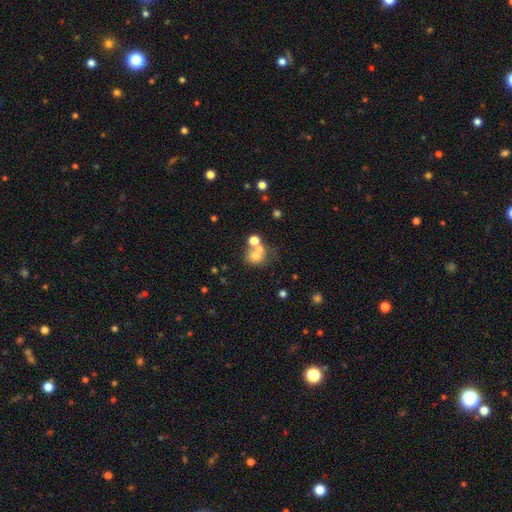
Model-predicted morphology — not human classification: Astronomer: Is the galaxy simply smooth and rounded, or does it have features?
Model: smooth — 63%.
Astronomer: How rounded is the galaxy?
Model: round — 74%.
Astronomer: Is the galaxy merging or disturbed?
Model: merger — 44% (runner-up: none, 40%).